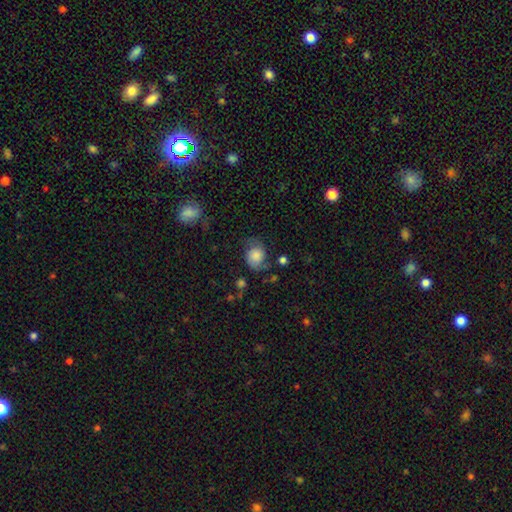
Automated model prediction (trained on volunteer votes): Smooth or featured?
  - smooth: 63% *
  - featured or disk: 28%
  - star or artifact: 10%
How rounded?
  - round: 57% *
  - in between: 42%
  - cigar-shaped: 1%
Merging?
  - none: 55% *
  - minor disturbance: 28%
  - major disturbance: 14%
  - merger: 3%